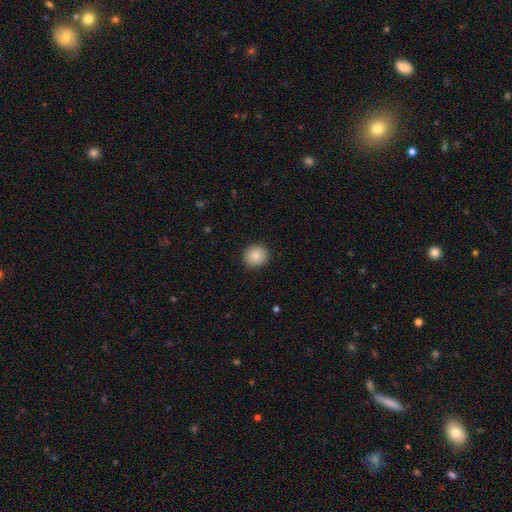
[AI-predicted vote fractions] Smooth or featured? Predicted: smooth (p=0.87). How rounded? Predicted: round (p=0.90). Merging? Predicted: none (p=0.92).